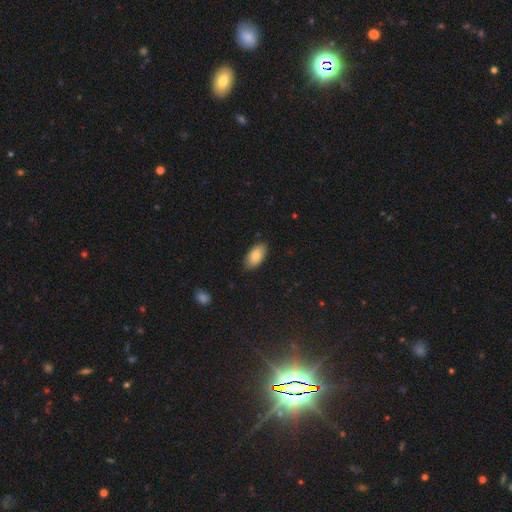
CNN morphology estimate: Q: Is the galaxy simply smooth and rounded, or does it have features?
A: smooth — 83%.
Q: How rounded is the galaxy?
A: in between — 94%.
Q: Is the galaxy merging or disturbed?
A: none — 82%.